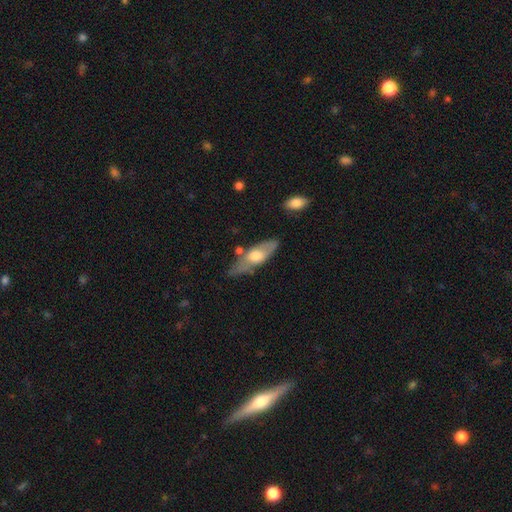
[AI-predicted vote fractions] Smooth or featured? smooth (49%)
Merging? none (63%)